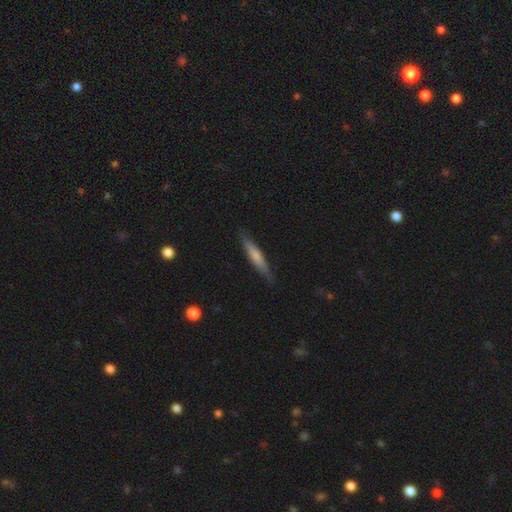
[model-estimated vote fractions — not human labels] Overall: smooth (62%; featured or disk 32%). How rounded: cigar-shaped (87%). Merging: none (81%).